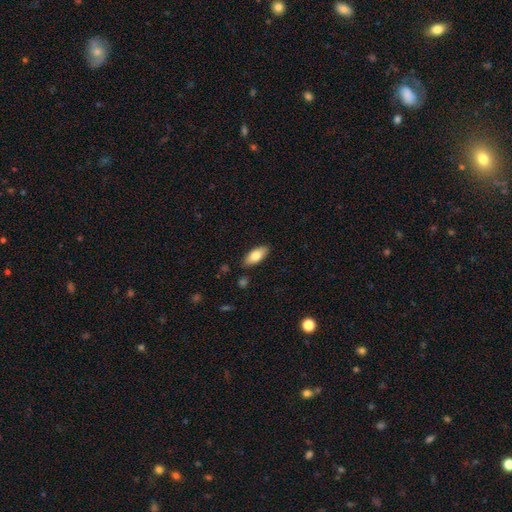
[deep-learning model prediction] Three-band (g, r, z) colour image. It shows a smooth galaxy with no disk features (78%) that is in between round and cigar-shaped (85%). Merging: none (87%).